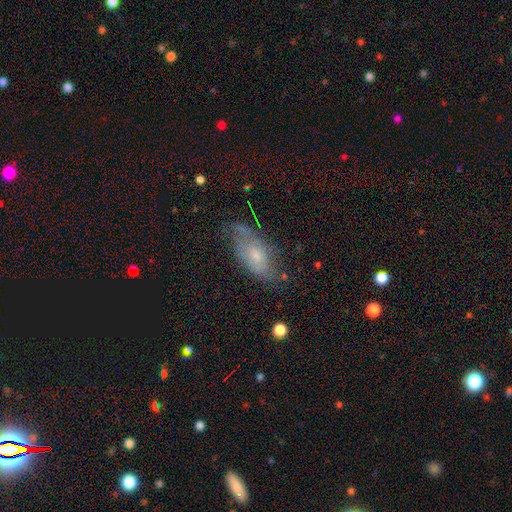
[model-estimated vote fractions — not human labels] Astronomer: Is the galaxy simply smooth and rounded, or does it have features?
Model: featured or disk — 50% (runner-up: smooth, 41%).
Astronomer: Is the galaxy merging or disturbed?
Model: none — 49% (runner-up: minor disturbance, 30%).